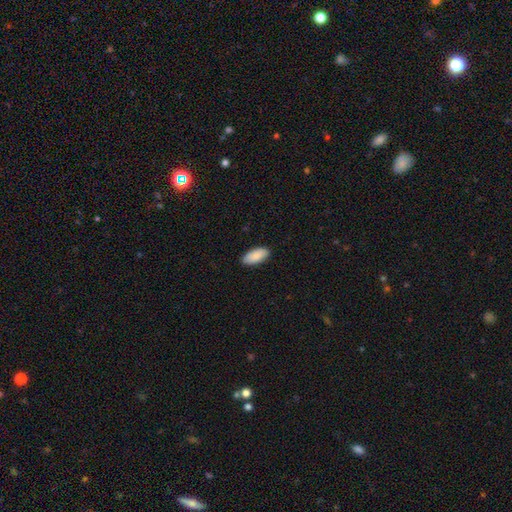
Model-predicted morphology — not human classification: smooth 90%, star or artifact 5%, featured or disk 5%. Down the decision tree: how rounded — in between (91%); merging — none (89%).